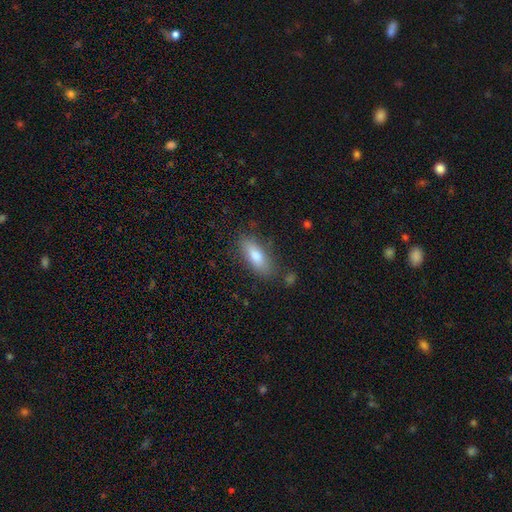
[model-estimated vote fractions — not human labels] smooth_or_featured: smooth (p=0.78) [alt: featured or disk p=0.16]
how_rounded: in between (p=0.68) [alt: cigar-shaped p=0.29]
merging: none (p=0.80) [alt: minor disturbance p=0.14]